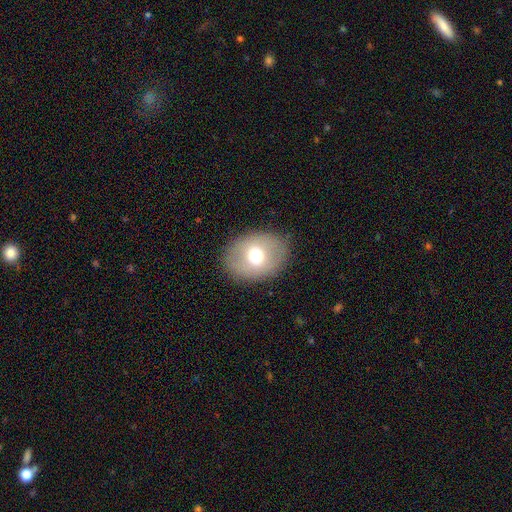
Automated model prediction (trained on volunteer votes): The model was most divided on "how rounded": in between: 58%, round: 41%, cigar-shaped: 1%. More confident: merging — none (85%); smooth or featured — smooth (65%).